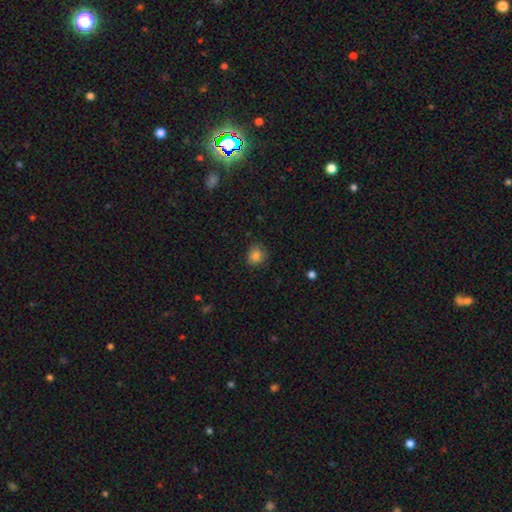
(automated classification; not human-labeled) smooth 84%, star or artifact 11%, featured or disk 5%. Down the decision tree: how rounded — round (73%); merging — none (80%).